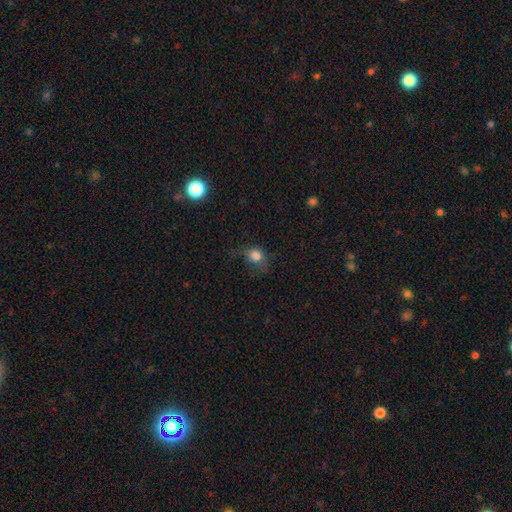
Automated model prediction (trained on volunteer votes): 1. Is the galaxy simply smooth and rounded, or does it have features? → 77% smooth, 13% star or artifact, 10% featured or disk.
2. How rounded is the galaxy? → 55% round, 44% in between, 1% cigar-shaped.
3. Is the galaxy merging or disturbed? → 36% none, 31% major disturbance, 30% minor disturbance, 3% merger.